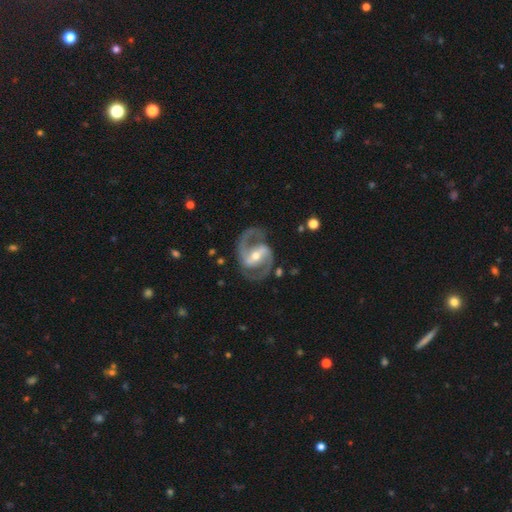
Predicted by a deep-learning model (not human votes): Smooth or featured: featured or disk — 92% (star or artifact — 4%)
Edge-on disk: no — 98% (yes — 2%)
Bar: strong — 56% (weak — 33%)
Spiral arms: yes — 98% (no — 2%)
Spiral winding: medium — 64% (tight — 18%)
Spiral arm count: 2 — 94% (can't tell — 2%)
Bulge size: moderate — 57% (small — 38%)
Merging: none — 81% (minor disturbance — 12%)